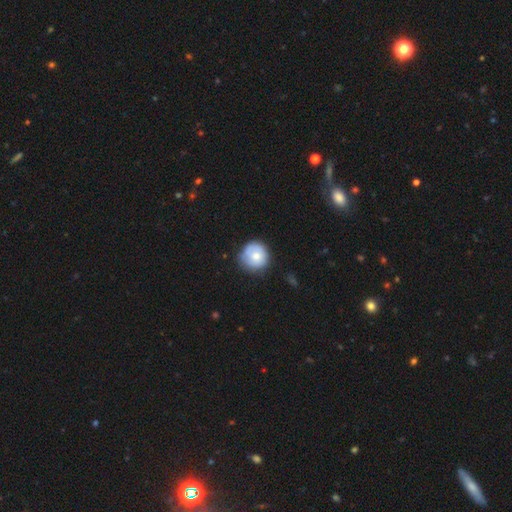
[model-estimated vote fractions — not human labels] Smooth or featured: smooth — 69% (featured or disk — 24%)
How rounded: round — 93% (in between — 7%)
Merging: none — 69% (minor disturbance — 23%)